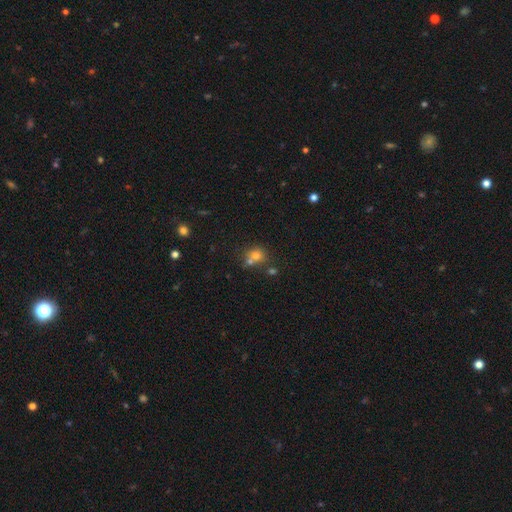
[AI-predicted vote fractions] Smooth or featured? smooth (71%)
How rounded? round (78%)
Merging? none (49%)